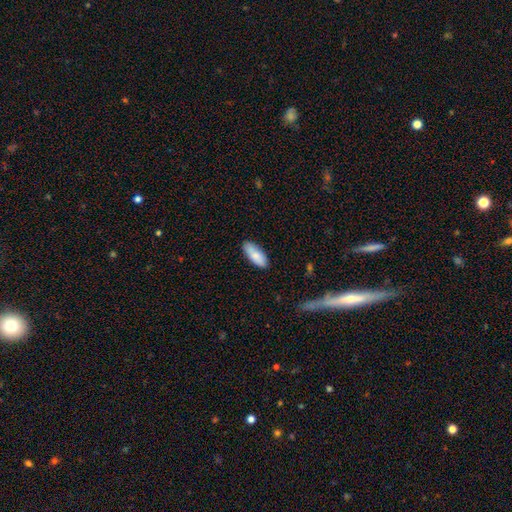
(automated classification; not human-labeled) Q: Smooth or featured?
A: smooth (82%); runner-up: featured or disk (12%)
Q: How rounded?
A: in between (80%); runner-up: cigar-shaped (18%)
Q: Merging?
A: none (84%); runner-up: minor disturbance (13%)